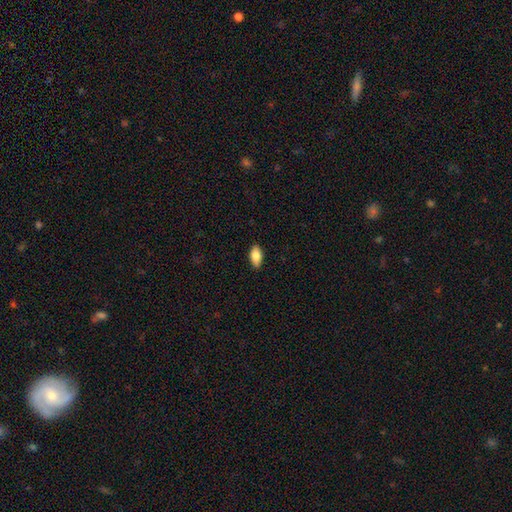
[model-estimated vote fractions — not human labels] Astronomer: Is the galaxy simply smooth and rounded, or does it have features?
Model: smooth — 82%.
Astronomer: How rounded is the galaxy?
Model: in between — 90%.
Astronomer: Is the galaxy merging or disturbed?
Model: none — 89%.